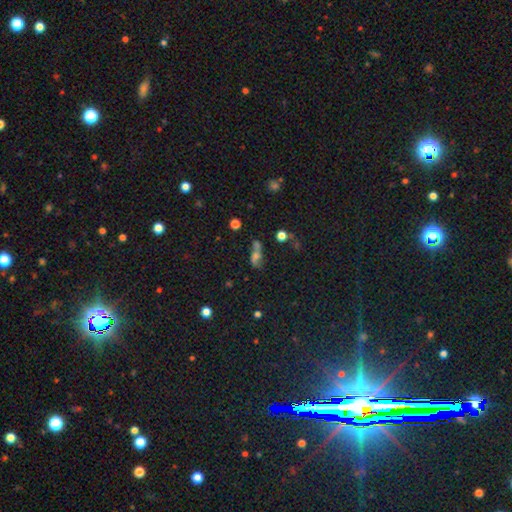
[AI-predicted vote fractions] A smooth galaxy with no disk features (46%). Merging: none (38%).